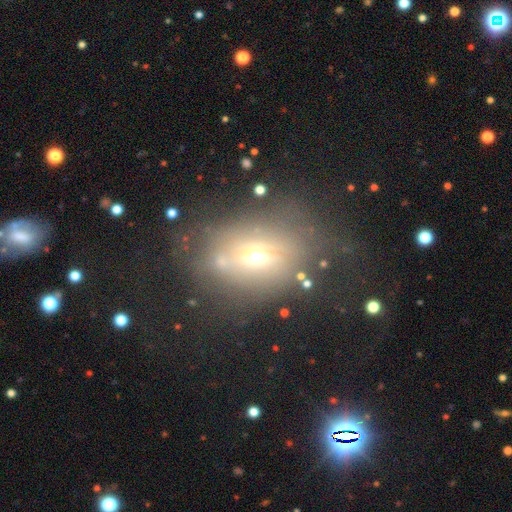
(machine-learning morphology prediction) This appears to be a smooth galaxy with no disk features (49%). Merging: none (55%).